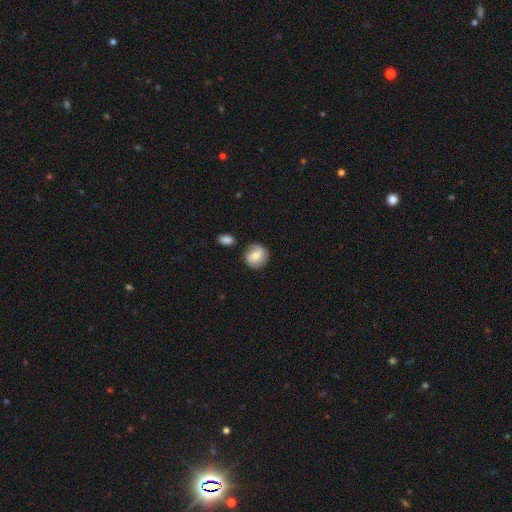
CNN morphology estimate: smooth-or-featured: smooth: 60% | featured or disk: 33% | star or artifact: 8%
  how-rounded: round: 82% | in between: 17% | cigar-shaped: 1%
  merging: none: 72% | minor disturbance: 17% | merger: 6% | major disturbance: 5%